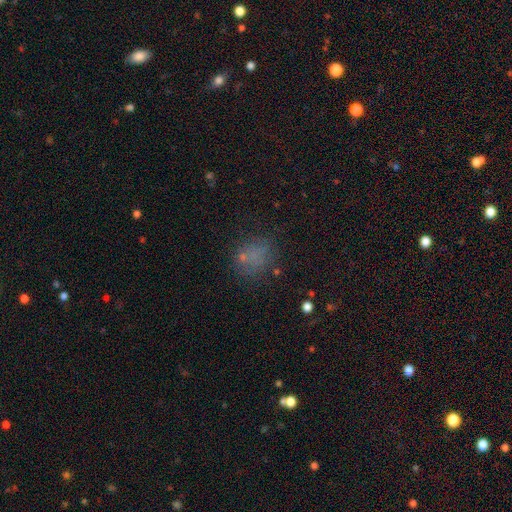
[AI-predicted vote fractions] The model was most divided on "how rounded": round: 64%, in between: 34%, cigar-shaped: 2%. More confident: merging — none (72%); smooth or featured — smooth (60%).